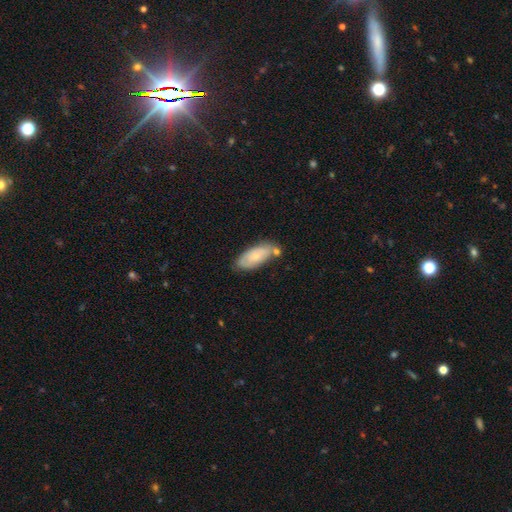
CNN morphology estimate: This is likely a smooth galaxy (67%). How rounded: clearly in between (84%). Merging: likely none (61%).